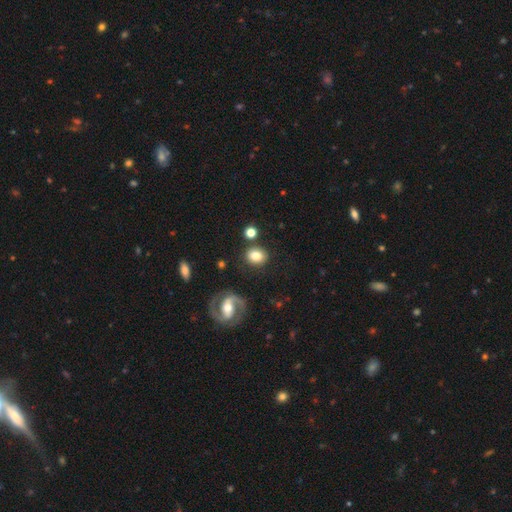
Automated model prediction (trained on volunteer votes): Overall: smooth (76%). How rounded: round (57%; in between 42%). Merging: none (80%).